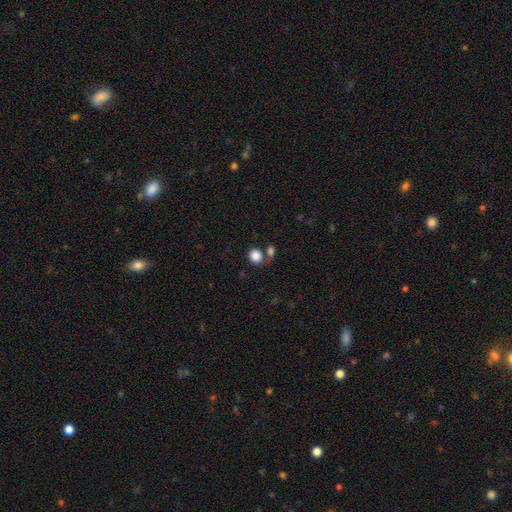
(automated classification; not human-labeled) Smooth or featured? smooth (86%)
How rounded? round (77%)
Merging? none (63%)